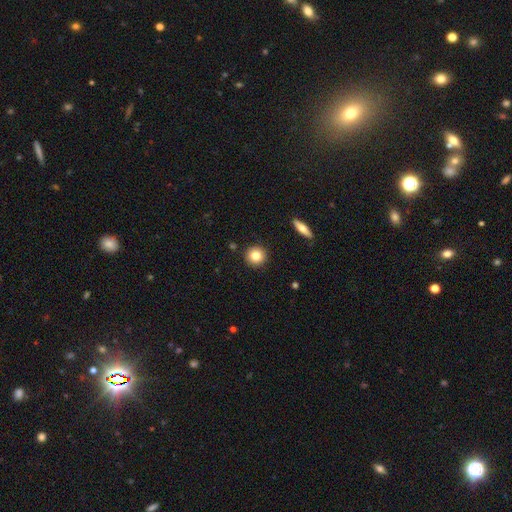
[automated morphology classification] This is clearly a smooth galaxy (81%). How rounded: clearly round (94%). Merging: clearly none (91%).